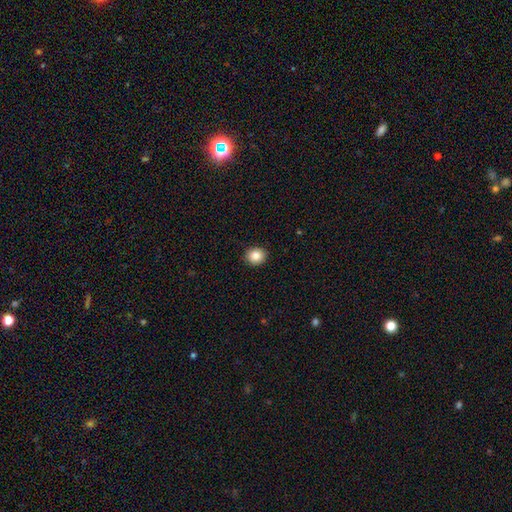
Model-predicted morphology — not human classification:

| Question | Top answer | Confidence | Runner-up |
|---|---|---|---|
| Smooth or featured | smooth | 85% | star or artifact (9%) |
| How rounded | round | 79% | in between (21%) |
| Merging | none | 91% | minor disturbance (6%) |